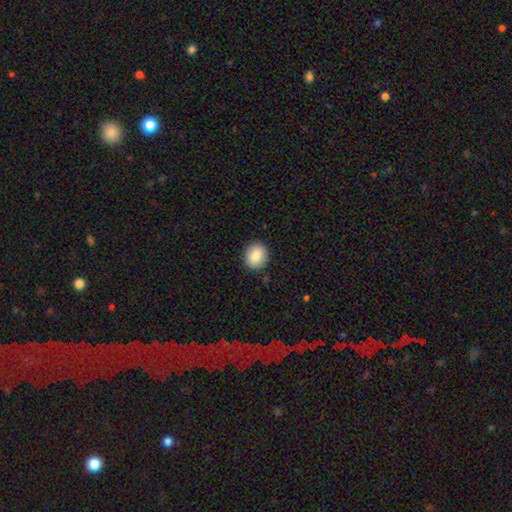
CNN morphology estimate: smooth 86%, star or artifact 8%, featured or disk 6%. Down the decision tree: how rounded — round (66%); merging — none (90%).